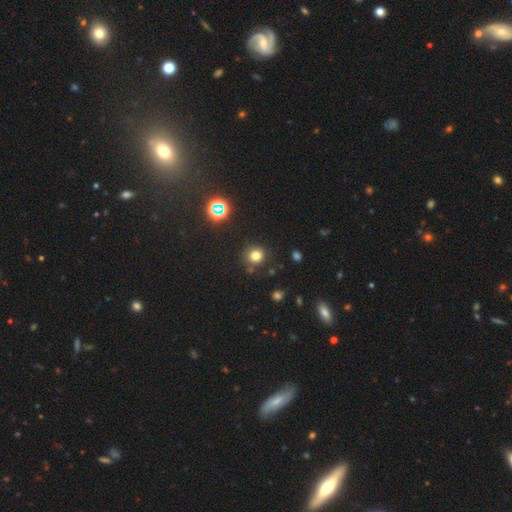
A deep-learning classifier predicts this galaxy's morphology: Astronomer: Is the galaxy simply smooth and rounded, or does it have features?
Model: smooth — 76%.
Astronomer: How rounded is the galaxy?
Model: round — 88%.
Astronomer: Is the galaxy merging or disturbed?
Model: none — 82%.